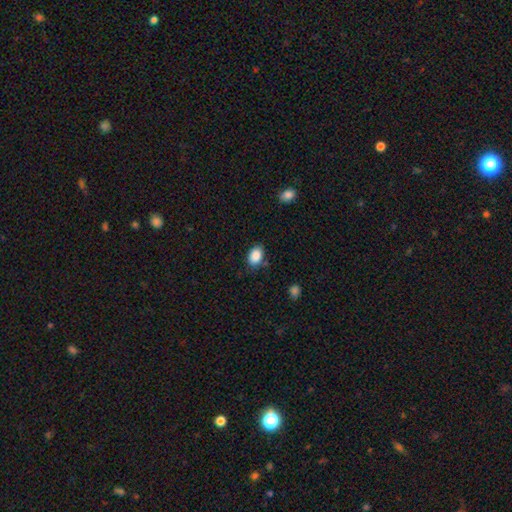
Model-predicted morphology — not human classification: A smooth galaxy with no disk features (88%) that is in between round and cigar-shaped (81%).

Vote fractions:
- Smooth or featured? smooth: 88% / star or artifact: 8% / featured or disk: 4%
- How rounded? in between: 81% / round: 18% / cigar-shaped: 1%
- Merging? none: 80% / minor disturbance: 14% / major disturbance: 3% / merger: 3%